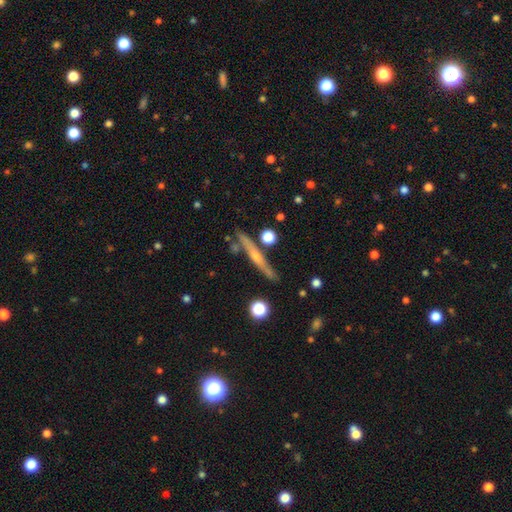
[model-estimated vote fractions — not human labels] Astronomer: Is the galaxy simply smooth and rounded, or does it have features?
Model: featured or disk — 69%.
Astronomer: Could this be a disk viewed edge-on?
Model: yes — 96%.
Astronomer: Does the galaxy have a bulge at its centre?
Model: rounded — 71%.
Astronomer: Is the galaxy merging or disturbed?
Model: none — 82%.